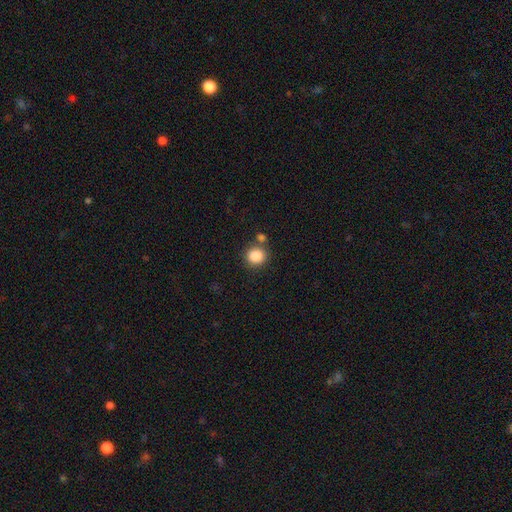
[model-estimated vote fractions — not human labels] smooth-or-featured: smooth: 86% | star or artifact: 10% | featured or disk: 4%
  how-rounded: round: 86% | in between: 13% | cigar-shaped: 1%
  merging: none: 74% | merger: 12% | minor disturbance: 10% | major disturbance: 3%